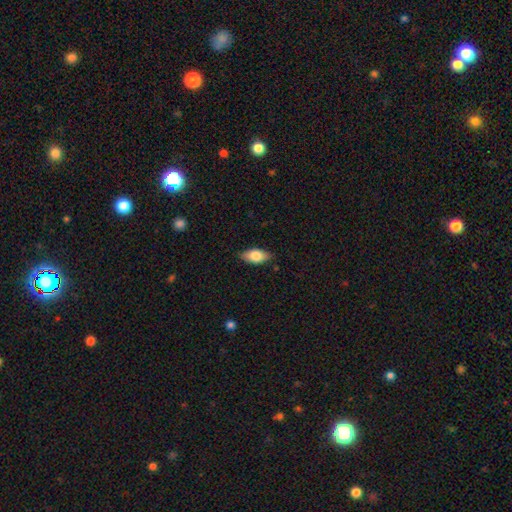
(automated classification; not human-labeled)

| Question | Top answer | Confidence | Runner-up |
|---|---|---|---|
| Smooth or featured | smooth | 76% | featured or disk (17%) |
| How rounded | in between | 89% | cigar-shaped (7%) |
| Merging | none | 83% | minor disturbance (14%) |